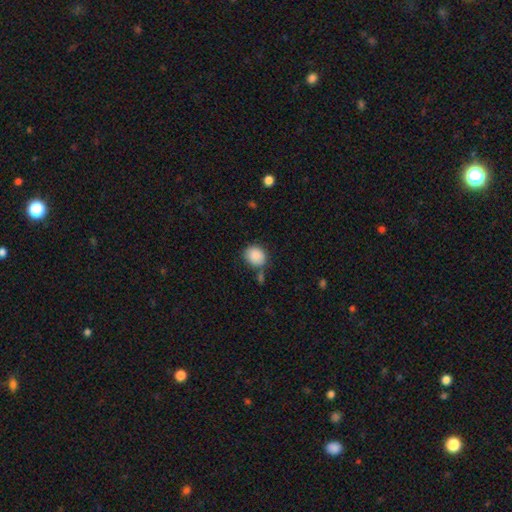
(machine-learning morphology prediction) Smooth or featured?
  - smooth: 88% *
  - star or artifact: 8%
  - featured or disk: 4%
How rounded?
  - round: 66% *
  - in between: 33%
  - cigar-shaped: 1%
Merging?
  - none: 73% *
  - minor disturbance: 15%
  - merger: 8%
  - major disturbance: 4%